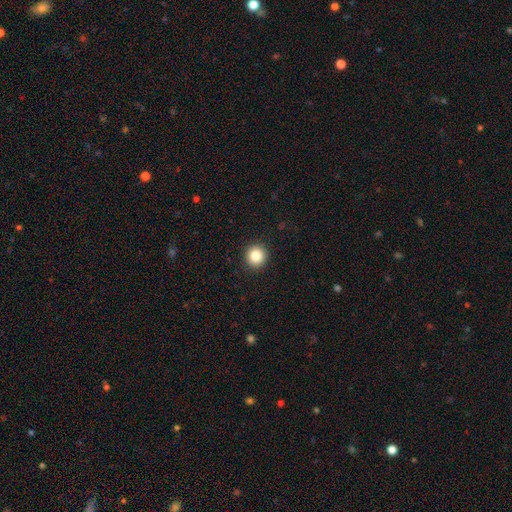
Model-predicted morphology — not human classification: This appears to be a smooth galaxy with no disk features (86%) that is round (93%). Merging: none (93%).